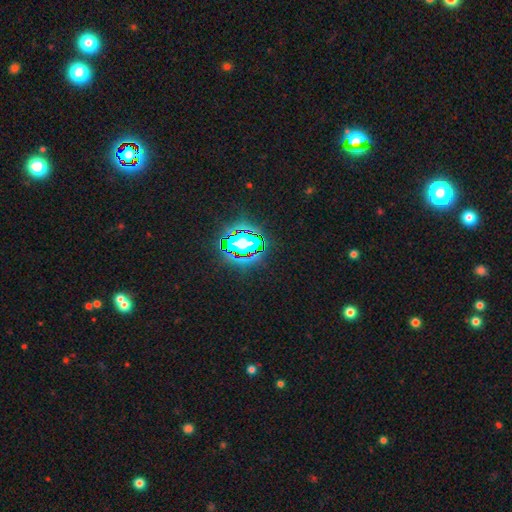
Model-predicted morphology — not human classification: This is clearly a star or artifact rather than a galaxy (82%).